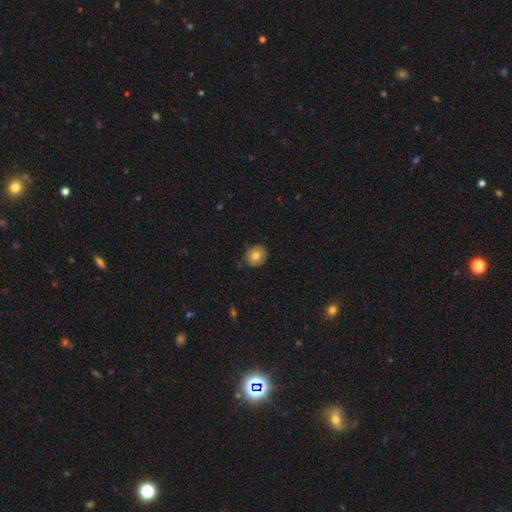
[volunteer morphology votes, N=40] smooth_or_featured: smooth (p=0.80) [alt: featured or disk p=0.10]
how_rounded: round (p=0.81) [alt: in between p=0.19]
merging: none (p=0.75) [alt: minor disturbance p=0.17]